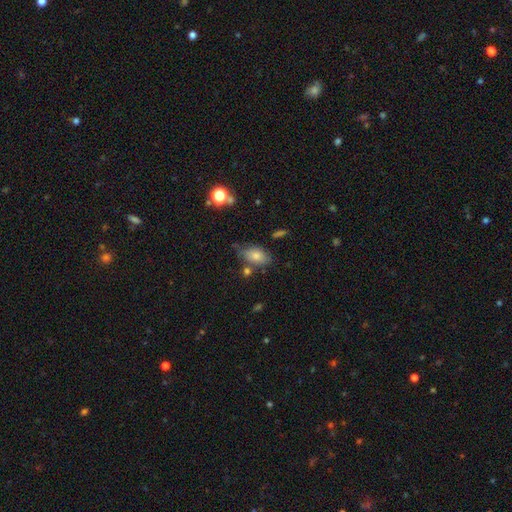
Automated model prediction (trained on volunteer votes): Smooth or featured? smooth (72%)
How rounded? in between (88%)
Merging? none (66%)